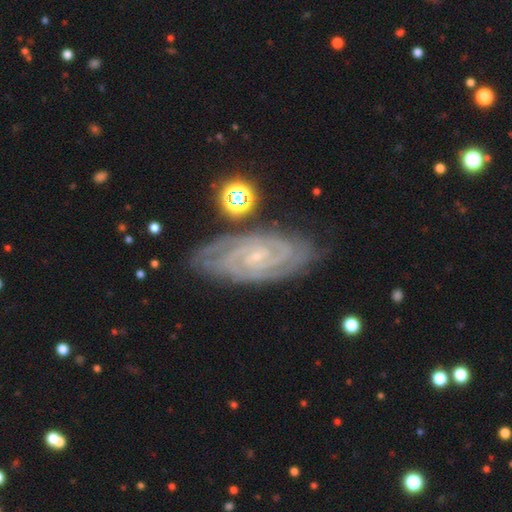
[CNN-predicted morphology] A featured or disk galaxy (90%) with no bar (56%), 2 (53%) tight (79%) spiral arms (98%) and a small central bulge (85%). Merging: none (79%).